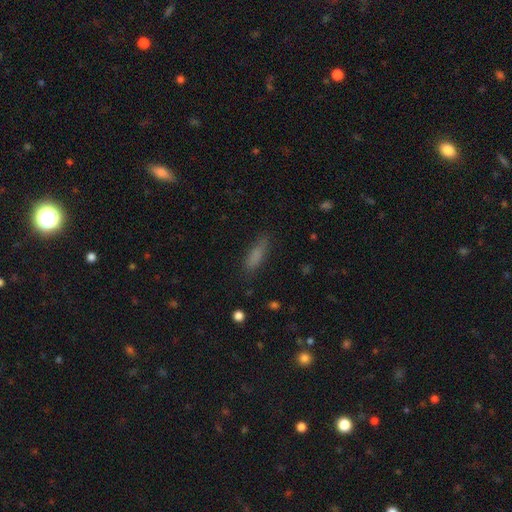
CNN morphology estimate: Smooth or featured?
  - smooth: 81% *
  - star or artifact: 10%
  - featured or disk: 9%
How rounded?
  - cigar-shaped: 56% *
  - in between: 42%
  - round: 2%
Merging?
  - none: 78% *
  - minor disturbance: 15%
  - major disturbance: 5%
  - merger: 2%